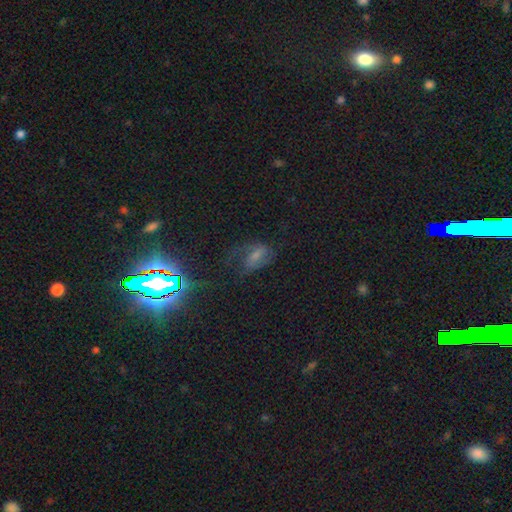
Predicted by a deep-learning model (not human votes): smooth_or_featured: featured or disk (p=0.44) [alt: smooth p=0.29]
merging: none (p=0.49) [alt: major disturbance p=0.26]